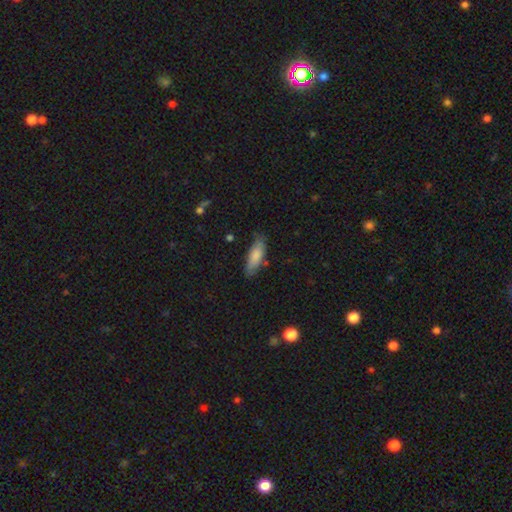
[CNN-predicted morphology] Smooth or featured: smooth — 81% (featured or disk — 13%)
How rounded: in between — 63% (cigar-shaped — 35%)
Merging: none — 76% (minor disturbance — 19%)